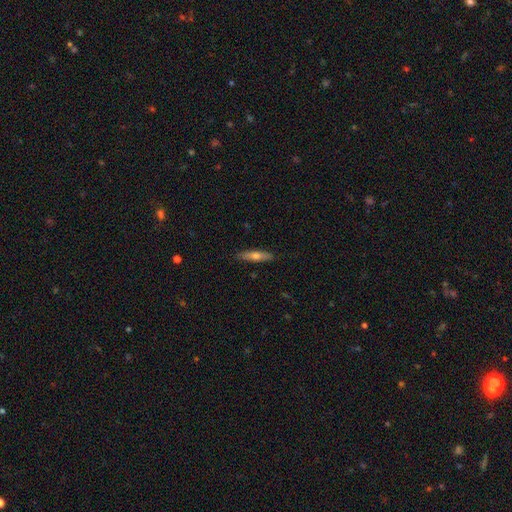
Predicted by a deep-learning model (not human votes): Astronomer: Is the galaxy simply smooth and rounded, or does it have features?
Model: smooth — 58% (runner-up: featured or disk, 36%).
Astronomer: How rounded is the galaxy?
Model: cigar-shaped — 75%.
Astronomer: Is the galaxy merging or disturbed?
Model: none — 89%.